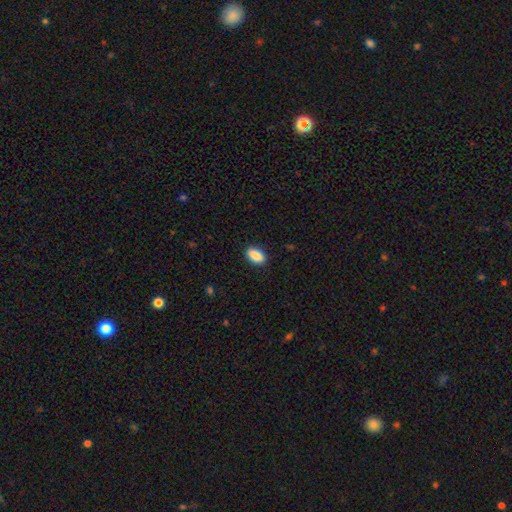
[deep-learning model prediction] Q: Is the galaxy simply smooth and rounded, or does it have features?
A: smooth — 90%.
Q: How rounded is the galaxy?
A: in between — 91%.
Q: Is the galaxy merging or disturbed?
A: none — 88%.